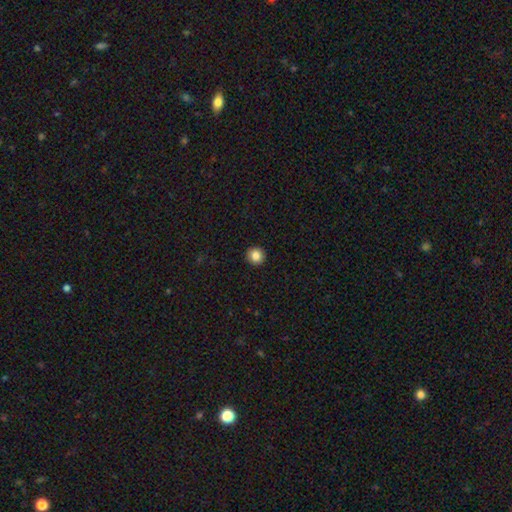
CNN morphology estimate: Smooth or featured?
  - smooth: 85% *
  - star or artifact: 10%
  - featured or disk: 5%
How rounded?
  - round: 94% *
  - in between: 5%
  - cigar-shaped: 1%
Merging?
  - none: 93% *
  - minor disturbance: 4%
  - major disturbance: 1%
  - merger: 1%